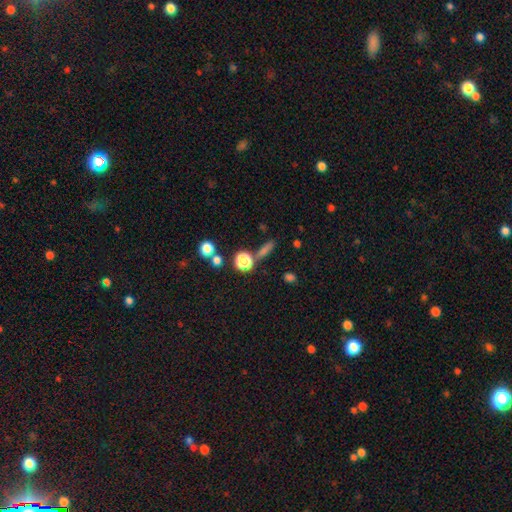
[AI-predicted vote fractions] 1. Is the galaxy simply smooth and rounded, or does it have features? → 52% star or artifact, 32% smooth, 16% featured or disk.